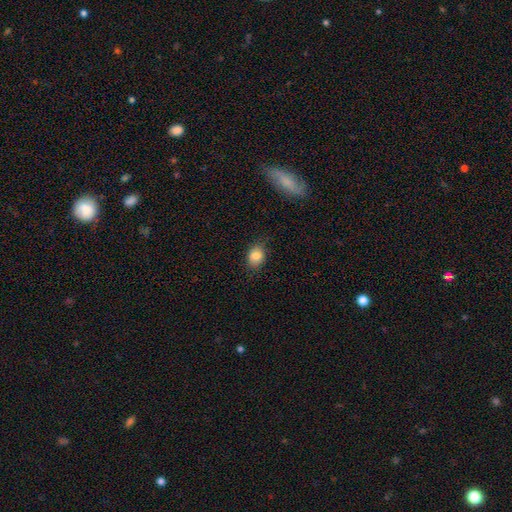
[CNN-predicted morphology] This appears to be a smooth galaxy with no disk features (82%) that is in between round and cigar-shaped (61%). Merging: none (77%).